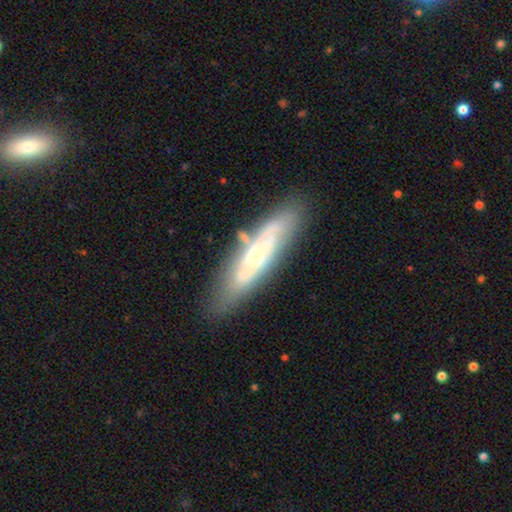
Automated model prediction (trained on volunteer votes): The model was most divided on "edge-on disk": no: 58%, yes: 42%. More confident: merging — none (72%); smooth or featured — featured or disk (63%).